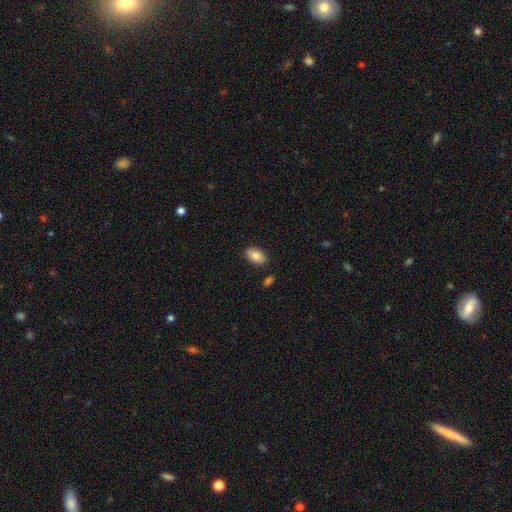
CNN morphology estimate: Overall: smooth (84%). How rounded: in between (92%). Merging: none (85%).